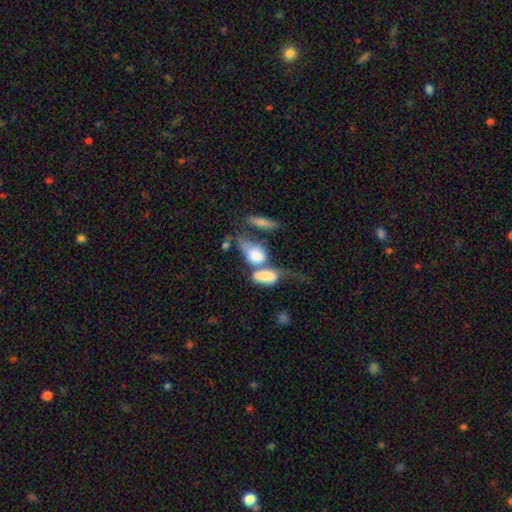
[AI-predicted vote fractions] Smooth or featured? smooth (67%)
How rounded? in between (80%)
Merging? merger (64%)